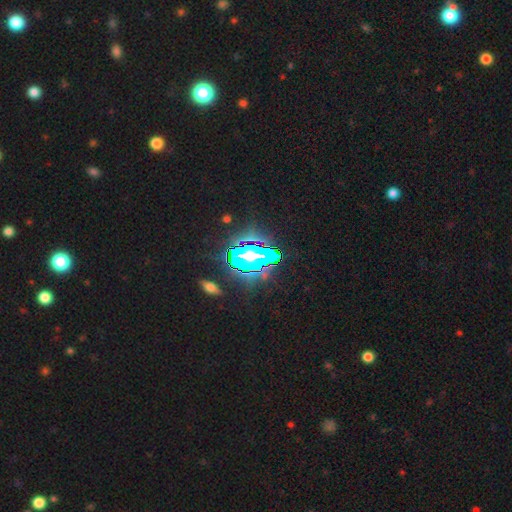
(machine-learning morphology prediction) Smooth or featured? Predicted: star or artifact (p=0.77).